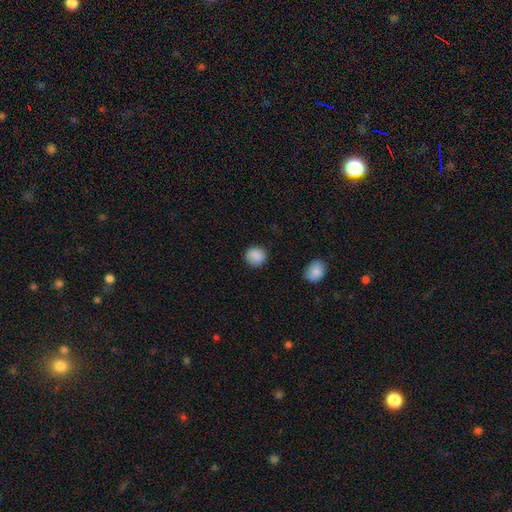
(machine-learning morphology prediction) The model was most divided on "how rounded": round: 88%, in between: 11%, cigar-shaped: 1%. More confident: smooth or featured — smooth (88%); merging — none (87%).